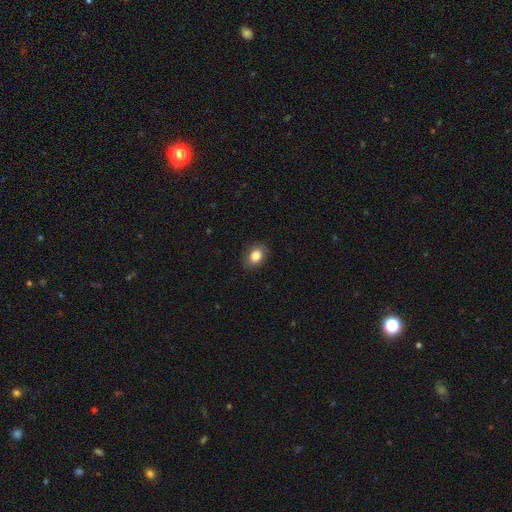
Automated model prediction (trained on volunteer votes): This is clearly a smooth galaxy (84%). How rounded: likely in between (69%). Merging: clearly none (86%).